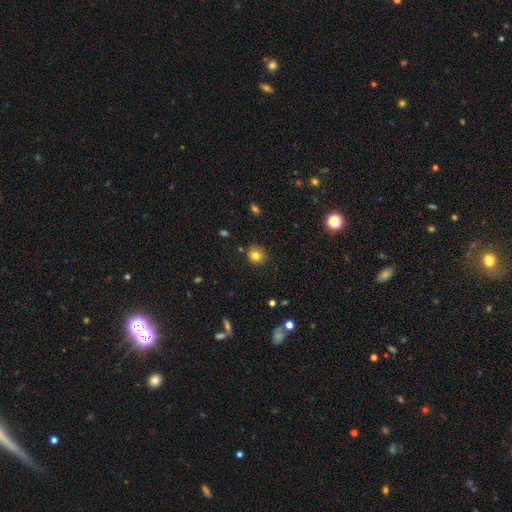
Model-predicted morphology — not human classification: This appears to be a smooth galaxy with no disk features (79%) that is round (86%). Merging: none (87%).